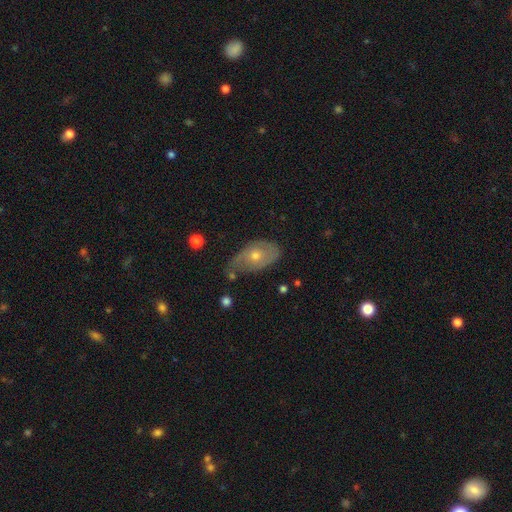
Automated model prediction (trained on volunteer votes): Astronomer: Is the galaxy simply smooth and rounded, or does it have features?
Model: featured or disk — 54% (runner-up: smooth, 37%).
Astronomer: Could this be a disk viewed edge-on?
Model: no — 89%.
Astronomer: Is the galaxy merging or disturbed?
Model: none — 51% (runner-up: minor disturbance, 35%).